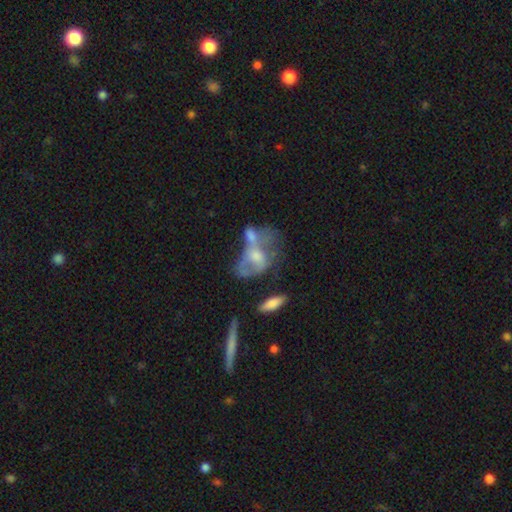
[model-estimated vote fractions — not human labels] Smooth or featured: featured or disk — 56% (smooth — 33%)
Edge-on disk: no — 90% (yes — 10%)
Bar: no — 77% (weak — 18%)
Spiral arms: no — 71% (yes — 29%)
Bulge size: moderate — 48% (small — 28%)
Merging: merger — 45% (none — 21%)